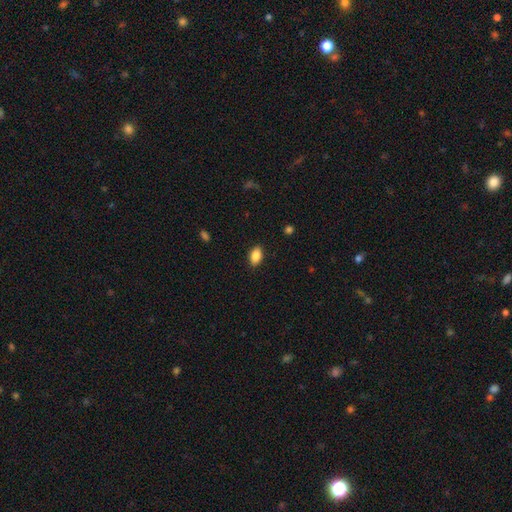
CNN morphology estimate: This appears to be a smooth galaxy with no disk features (87%) that is in between round and cigar-shaped (90%). Merging: none (88%).